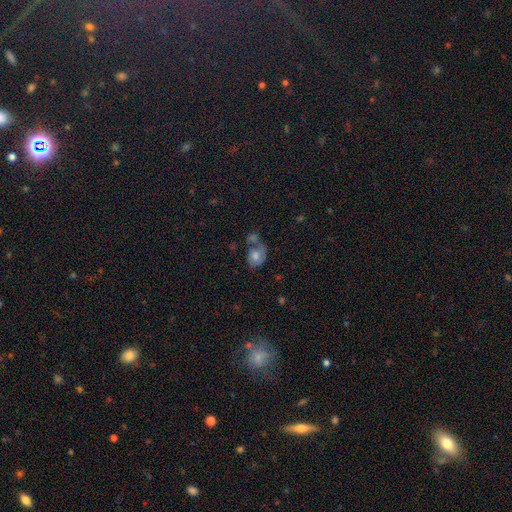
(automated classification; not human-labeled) Q: Smooth or featured?
A: smooth (52%); runner-up: featured or disk (40%)
Q: How rounded?
A: in between (63%); runner-up: round (36%)
Q: Merging?
A: merger (33%); runner-up: none (29%)